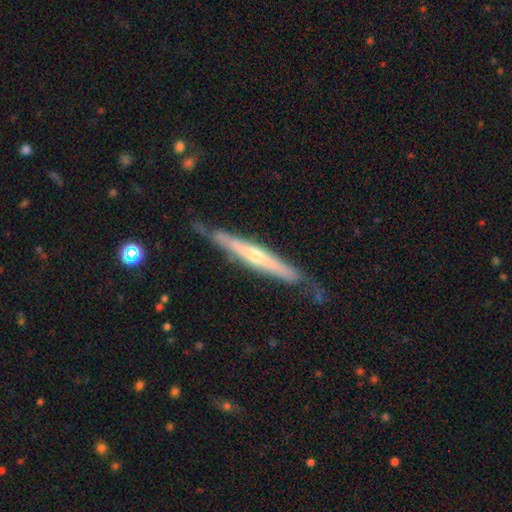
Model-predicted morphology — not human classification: Overall: featured or disk (71%). Edge-on disk: yes (90%). Edge-on bulge: rounded (68%; none 28%). Merging: none (73%).